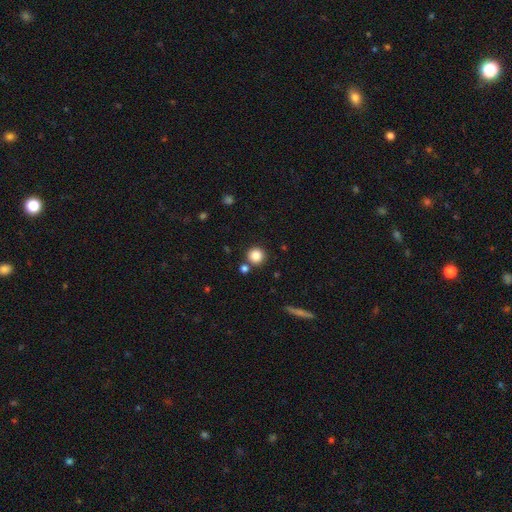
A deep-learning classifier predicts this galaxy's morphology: This appears to be a smooth galaxy with no disk features (85%) that is round (94%). Merging: none (81%).